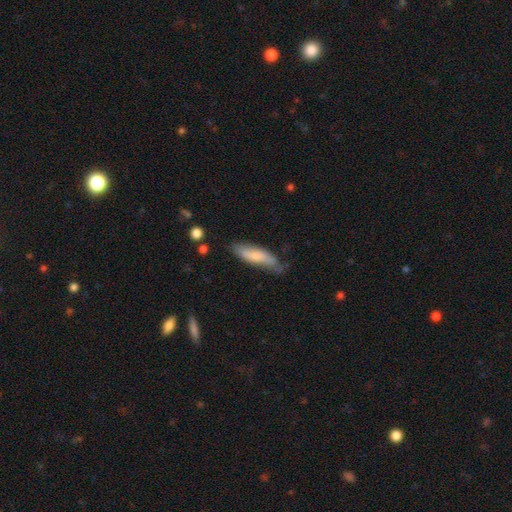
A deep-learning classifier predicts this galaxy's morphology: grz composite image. It shows a smooth galaxy with no disk features (73%) that is cigar-shaped (58%). Merging: none (57%).